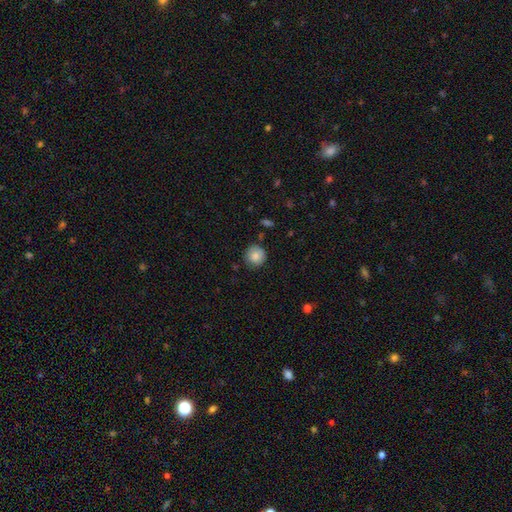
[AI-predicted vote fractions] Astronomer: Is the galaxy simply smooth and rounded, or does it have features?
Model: smooth — 85%.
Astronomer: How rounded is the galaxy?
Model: round — 93%.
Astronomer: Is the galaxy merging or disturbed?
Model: none — 82%.